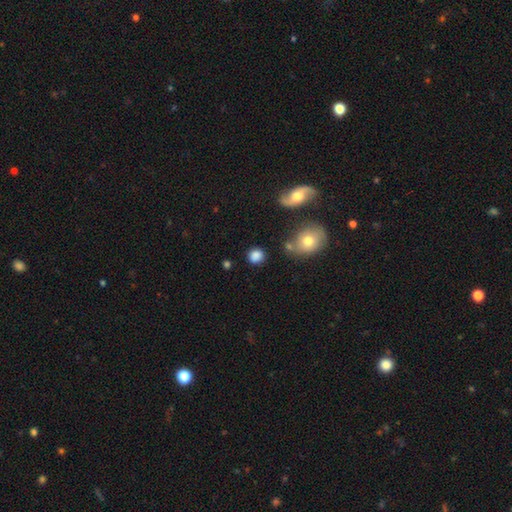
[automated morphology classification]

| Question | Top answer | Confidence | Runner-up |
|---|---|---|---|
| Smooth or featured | smooth | 82% | star or artifact (10%) |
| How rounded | round | 82% | in between (17%) |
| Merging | none | 77% | minor disturbance (12%) |